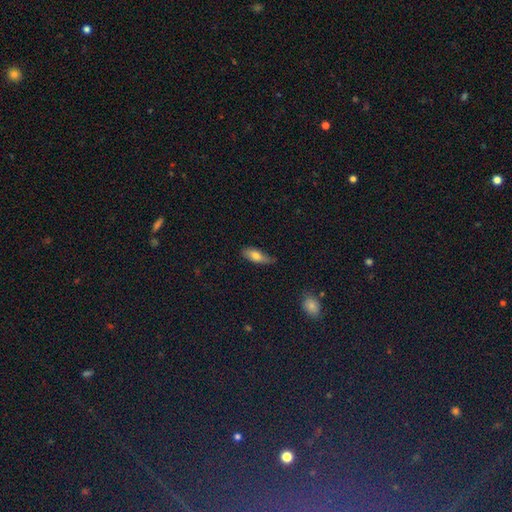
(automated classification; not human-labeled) Q: Smooth or featured?
A: smooth (73%); runner-up: featured or disk (19%)
Q: How rounded?
A: in between (68%); runner-up: cigar-shaped (29%)
Q: Merging?
A: none (63%); runner-up: minor disturbance (30%)